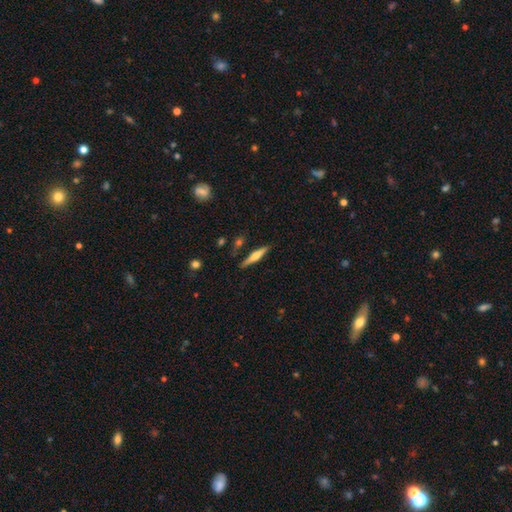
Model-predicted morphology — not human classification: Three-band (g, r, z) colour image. It shows a featured or disk galaxy (53%) viewed edge-on (97%) with a rounded central bulge (79%). Merging: none (85%).